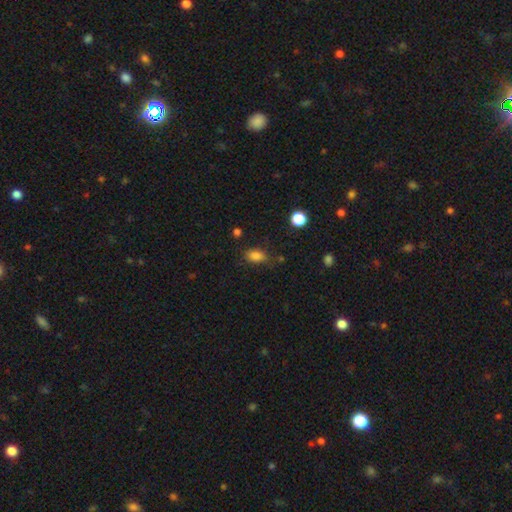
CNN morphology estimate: Q: Smooth or featured?
A: smooth (84%); runner-up: star or artifact (11%)
Q: How rounded?
A: in between (85%); runner-up: round (13%)
Q: Merging?
A: none (72%); runner-up: minor disturbance (20%)